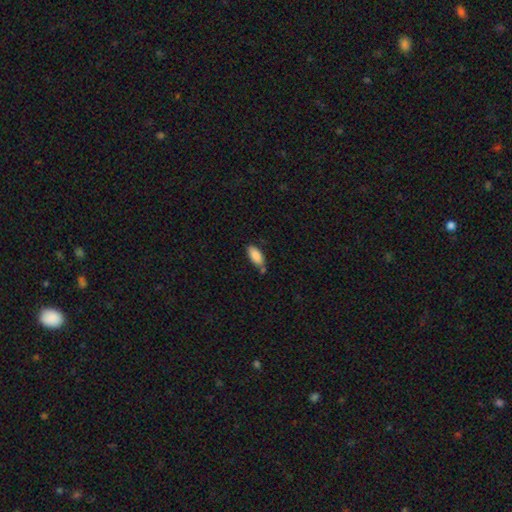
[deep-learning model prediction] Smooth or featured? Predicted: smooth (p=0.87). How rounded? Predicted: in between (p=0.86). Merging? Predicted: none (p=0.58).